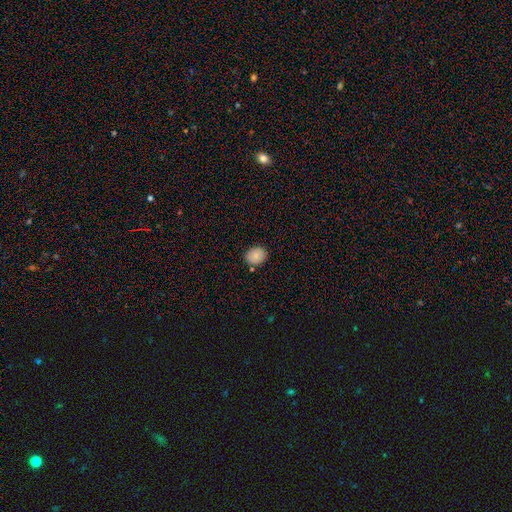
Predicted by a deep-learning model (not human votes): This is clearly a smooth galaxy (85%). How rounded: possibly round (50%). Merging: clearly none (84%).